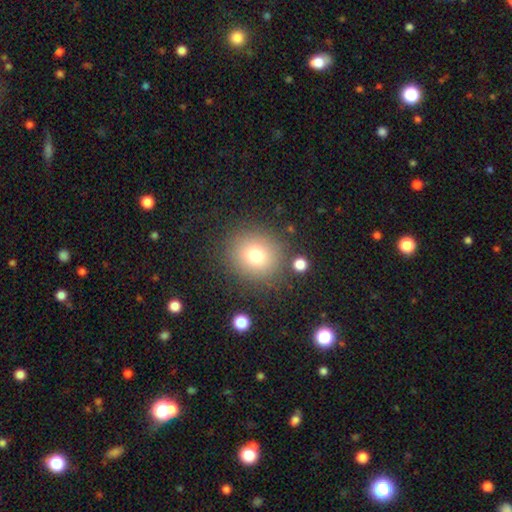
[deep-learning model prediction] Q: Smooth or featured?
A: smooth (75%); runner-up: star or artifact (14%)
Q: How rounded?
A: round (87%); runner-up: in between (12%)
Q: Merging?
A: none (83%); runner-up: minor disturbance (9%)